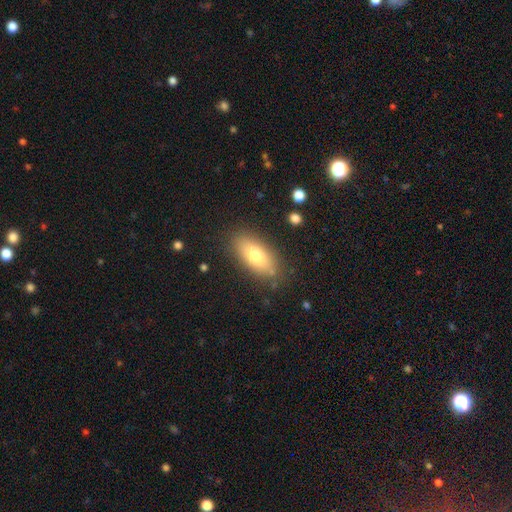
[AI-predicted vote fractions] smooth_or_featured: smooth (p=0.73) [alt: featured or disk p=0.19]
how_rounded: in between (p=0.85) [alt: cigar-shaped p=0.11]
merging: none (p=0.82) [alt: minor disturbance p=0.12]